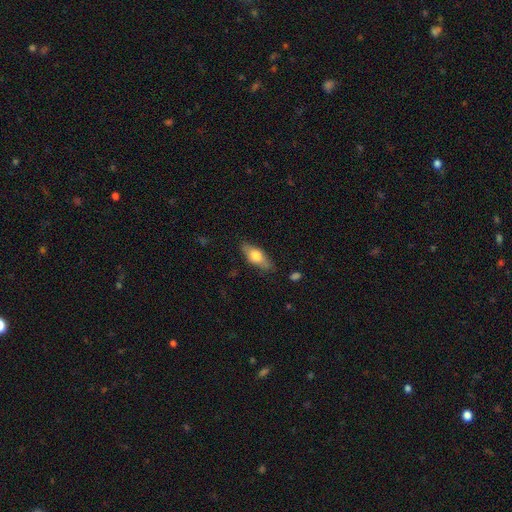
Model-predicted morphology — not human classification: Overall: smooth (64%; featured or disk 30%). How rounded: in between (72%). Merging: none (81%).